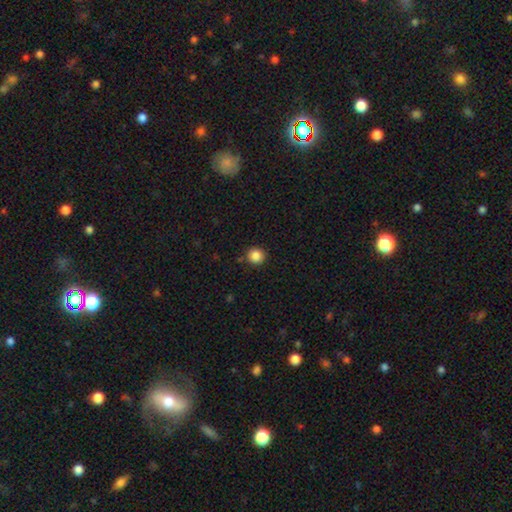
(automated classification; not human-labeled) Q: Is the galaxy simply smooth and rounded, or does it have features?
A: smooth — 86%.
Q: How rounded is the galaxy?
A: round — 93%.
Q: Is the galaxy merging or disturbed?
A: none — 89%.